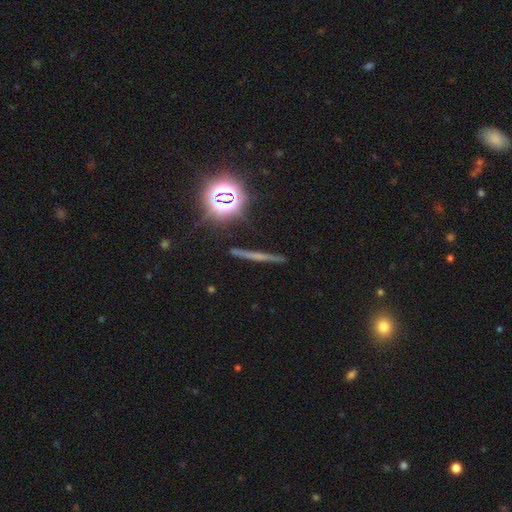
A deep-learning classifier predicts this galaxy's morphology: A featured or disk galaxy (46%).

Vote fractions:
- Smooth or featured? featured or disk: 46% / smooth: 28% / star or artifact: 26%
- Merging? none: 89% / minor disturbance: 7% / major disturbance: 2% / merger: 2%